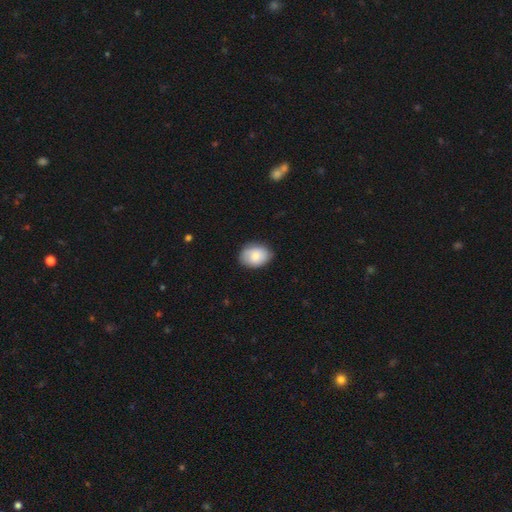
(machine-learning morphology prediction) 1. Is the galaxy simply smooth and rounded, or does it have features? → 76% smooth, 17% featured or disk, 7% star or artifact.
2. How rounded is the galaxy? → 66% in between, 33% round, 1% cigar-shaped.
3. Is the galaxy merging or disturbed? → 78% none, 17% minor disturbance, 3% major disturbance, 1% merger.